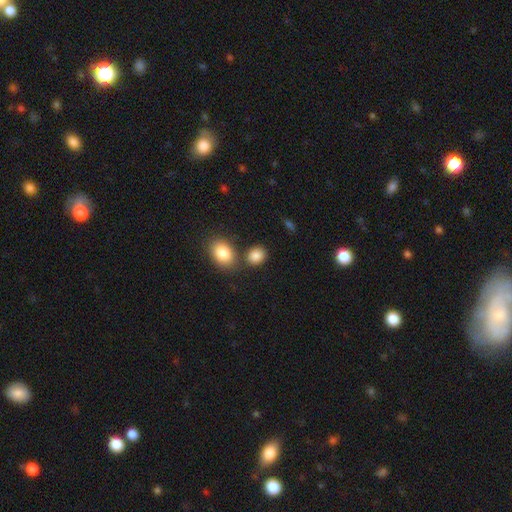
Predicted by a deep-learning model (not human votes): Morphology: type=smooth (86%); roundness=round (53%); merging=none (69%).